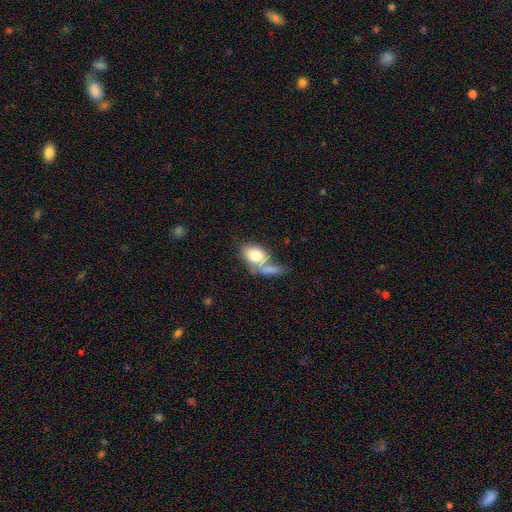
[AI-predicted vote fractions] Smooth or featured? smooth (77%)
How rounded? in between (82%)
Merging? merger (46%)